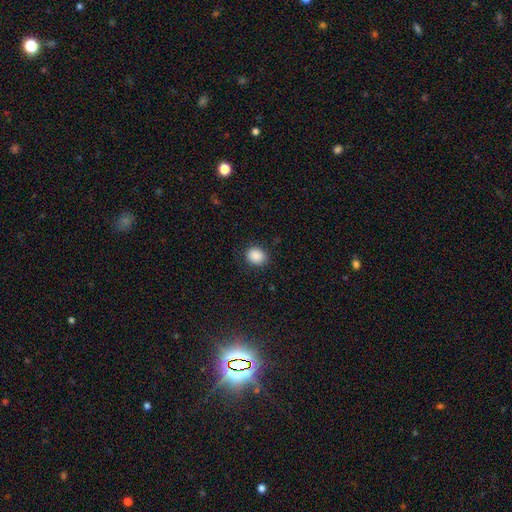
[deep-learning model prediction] Smooth or featured?
  - smooth: 89% *
  - star or artifact: 8%
  - featured or disk: 3%
How rounded?
  - round: 59% *
  - in between: 40%
  - cigar-shaped: 1%
Merging?
  - none: 86% *
  - minor disturbance: 9%
  - major disturbance: 3%
  - merger: 1%